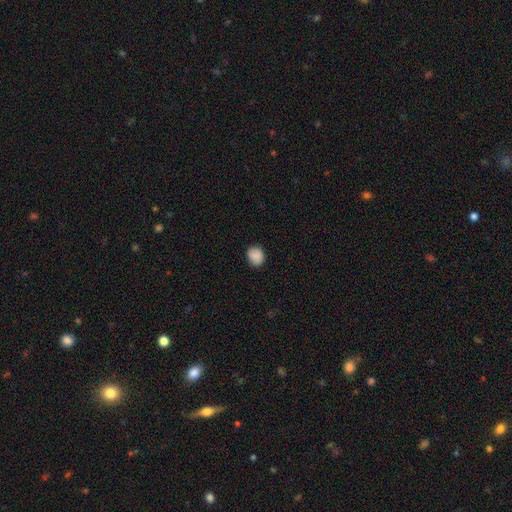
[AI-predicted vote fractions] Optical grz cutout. It shows a smooth galaxy with no disk features (87%) that is round (62%). Merging: none (84%).